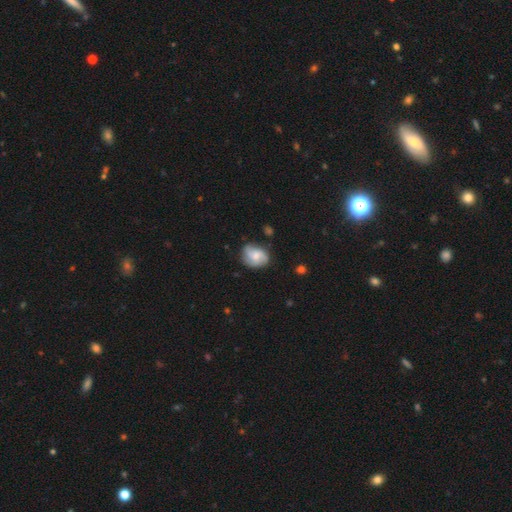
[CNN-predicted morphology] smooth-or-featured: smooth: 50% | featured or disk: 43% | star or artifact: 7%
  how-rounded: in between: 50% | round: 49% | cigar-shaped: 1%
  merging: none: 64% | minor disturbance: 27% | major disturbance: 7% | merger: 2%